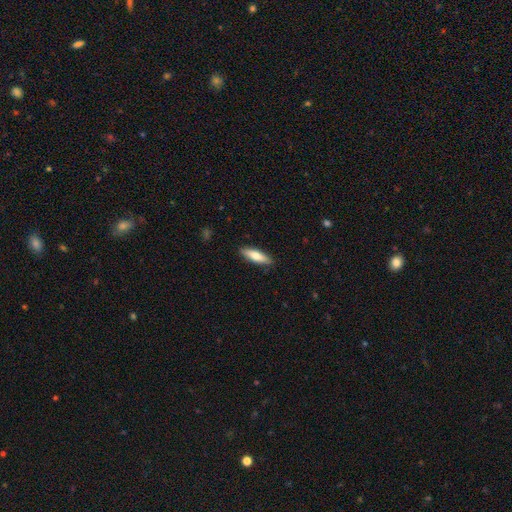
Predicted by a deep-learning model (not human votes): The model was most divided on "how rounded": cigar-shaped: 58%, in between: 40%, round: 2%. More confident: merging — none (89%); smooth or featured — smooth (72%).